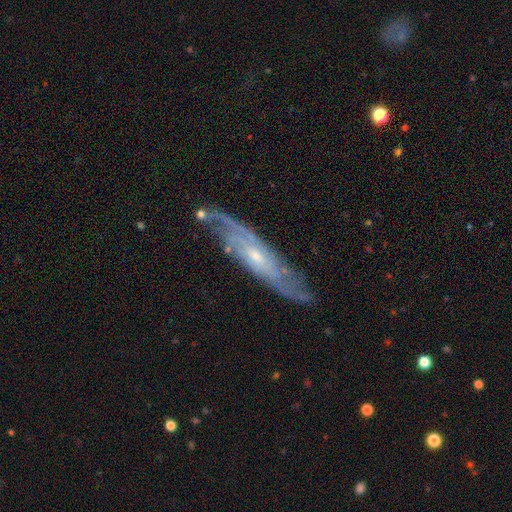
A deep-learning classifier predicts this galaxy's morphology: Smooth or featured: featured or disk — 83% (smooth — 11%)
Edge-on disk: no — 68% (yes — 32%)
Bar: no — 63% (weak — 30%)
Spiral arms: yes — 94% (no — 6%)
Spiral winding: tight — 46% (medium — 39%)
Spiral arm count: can't tell — 39% (2 — 32%)
Bulge size: small — 67% (moderate — 29%)
Merging: none — 75% (minor disturbance — 17%)